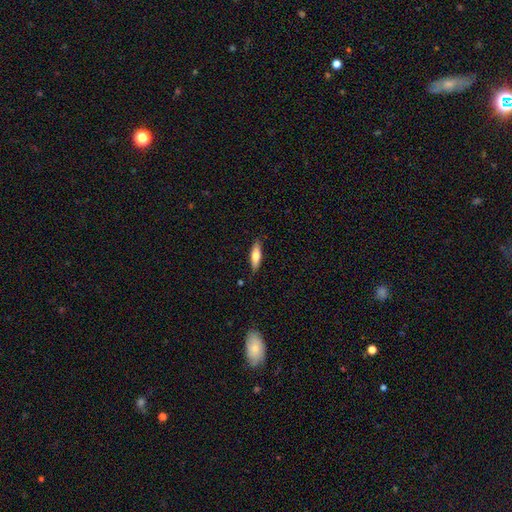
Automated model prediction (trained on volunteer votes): Overall: smooth (67%; featured or disk 27%). How rounded: cigar-shaped (55%; in between 43%). Merging: none (83%).